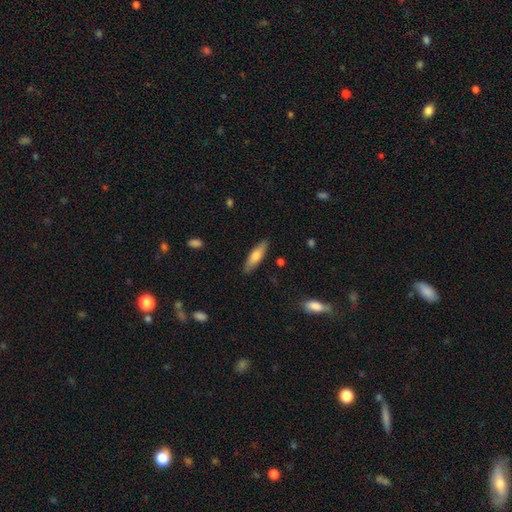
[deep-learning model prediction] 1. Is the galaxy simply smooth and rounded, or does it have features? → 68% smooth, 27% featured or disk, 6% star or artifact.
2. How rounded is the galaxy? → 61% cigar-shaped, 37% in between, 2% round.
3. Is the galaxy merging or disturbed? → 86% none, 10% minor disturbance, 2% major disturbance, 1% merger.